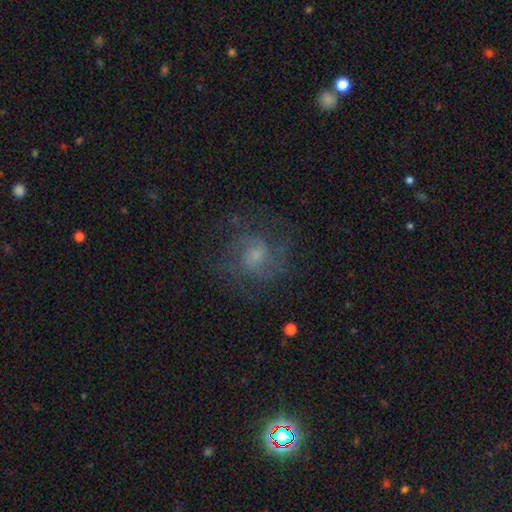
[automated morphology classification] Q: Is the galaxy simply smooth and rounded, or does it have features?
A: featured or disk — 58%.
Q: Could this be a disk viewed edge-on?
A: no — 97%.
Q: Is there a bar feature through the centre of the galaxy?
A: no — 53%.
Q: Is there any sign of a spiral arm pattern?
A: yes — 83%.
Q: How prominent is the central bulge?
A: small — 42%.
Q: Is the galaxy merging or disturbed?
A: none — 68%.